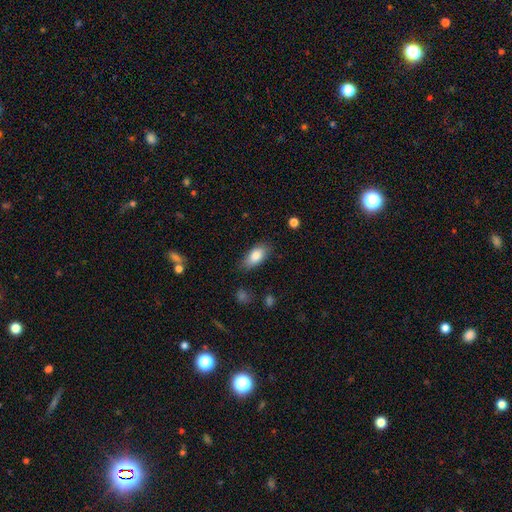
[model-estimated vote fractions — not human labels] A smooth galaxy with no disk features (84%) that is in between round and cigar-shaped (89%).

Vote fractions:
- Smooth or featured? smooth: 84% / featured or disk: 9% / star or artifact: 7%
- How rounded? in between: 89% / cigar-shaped: 7% / round: 4%
- Merging? none: 78% / minor disturbance: 17% / major disturbance: 4% / merger: 2%